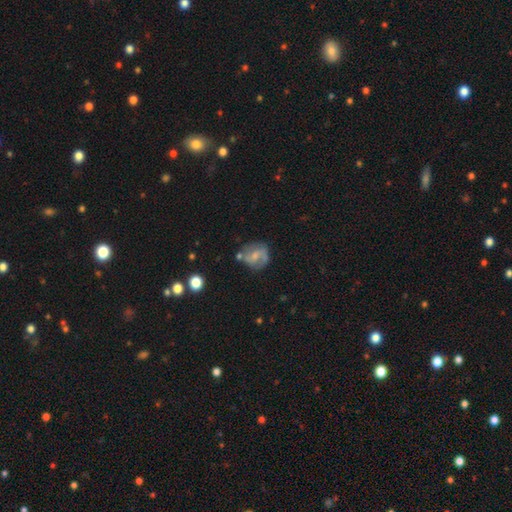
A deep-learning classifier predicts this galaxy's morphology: Smooth or featured? Predicted: featured or disk (p=0.53). Edge-on disk? Predicted: no (p=0.97). Bar? Predicted: weak (p=0.45). Spiral arms? Predicted: yes (p=0.73). Bulge size? Predicted: small (p=0.51). Merging? Predicted: none (p=0.57).